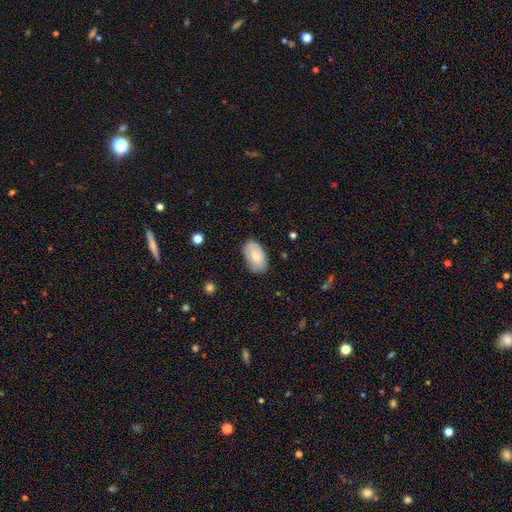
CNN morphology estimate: smooth-or-featured: smooth: 72% | featured or disk: 22% | star or artifact: 6%
  how-rounded: in between: 93% | round: 6% | cigar-shaped: 1%
  merging: none: 79% | minor disturbance: 17% | major disturbance: 3% | merger: 1%